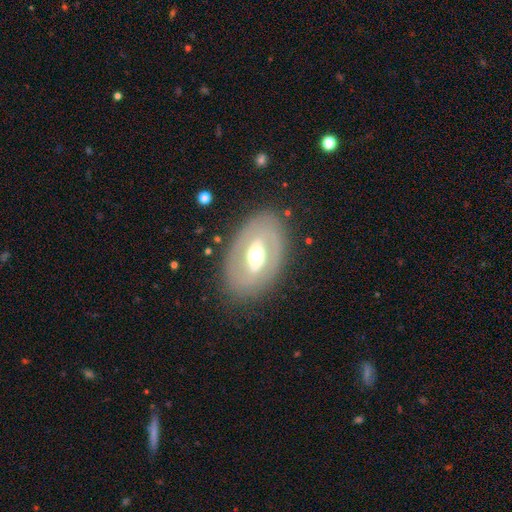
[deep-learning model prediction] Smooth or featured? Predicted: featured or disk (p=0.70). Edge-on disk? Predicted: no (p=0.92). Bar? Predicted: weak (p=0.39). Spiral arms? Predicted: no (p=0.56). Bulge size? Predicted: moderate (p=0.69). Merging? Predicted: none (p=0.82).